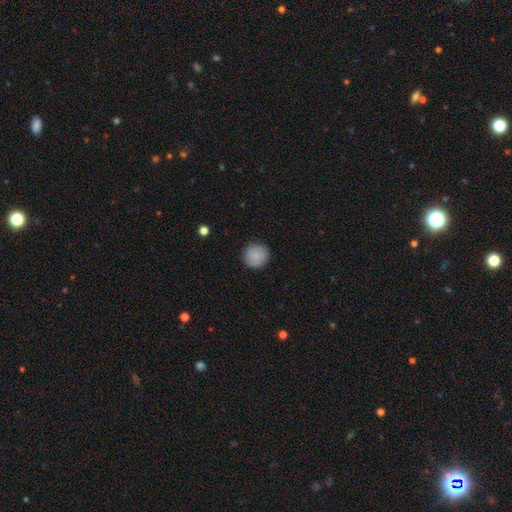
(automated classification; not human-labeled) smooth_or_featured: smooth (p=0.86) [alt: star or artifact p=0.07]
how_rounded: round (p=0.93) [alt: in between p=0.06]
merging: none (p=0.88) [alt: minor disturbance p=0.09]